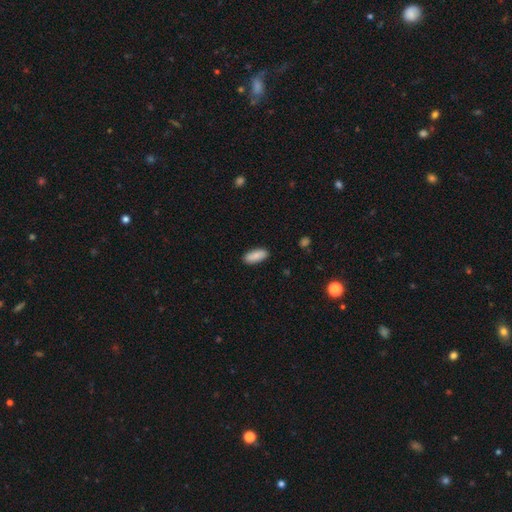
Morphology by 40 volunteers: This appears to be a smooth galaxy with no disk features (85%) that is in between round and cigar-shaped (74%). Merging: none (90%).